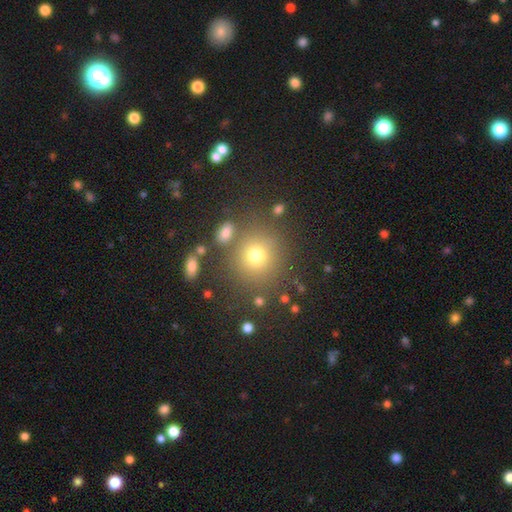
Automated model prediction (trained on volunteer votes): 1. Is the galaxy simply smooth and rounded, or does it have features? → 72% smooth, 18% star or artifact, 10% featured or disk.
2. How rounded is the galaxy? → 88% round, 11% in between, 1% cigar-shaped.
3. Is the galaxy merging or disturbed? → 78% none, 9% minor disturbance, 8% merger, 5% major disturbance.